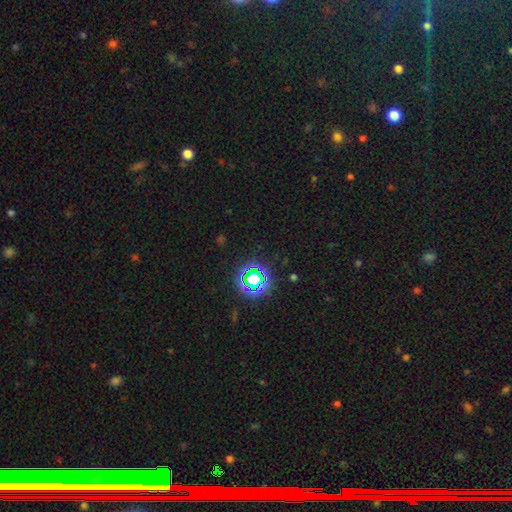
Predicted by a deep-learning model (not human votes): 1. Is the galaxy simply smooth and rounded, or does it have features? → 77% star or artifact, 15% smooth, 8% featured or disk.